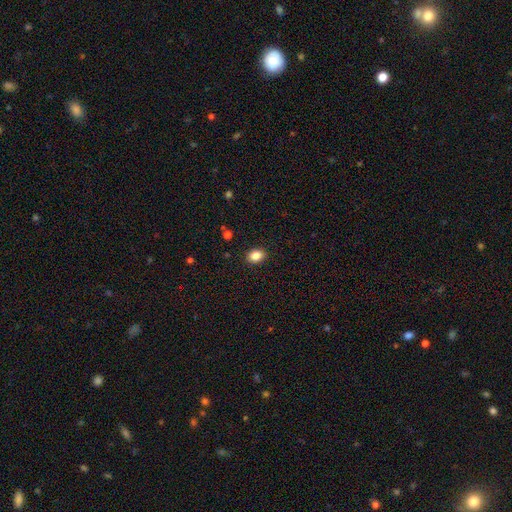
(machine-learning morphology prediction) Q: Smooth or featured?
A: smooth (85%); runner-up: star or artifact (10%)
Q: How rounded?
A: in between (70%); runner-up: round (29%)
Q: Merging?
A: none (89%); runner-up: minor disturbance (7%)